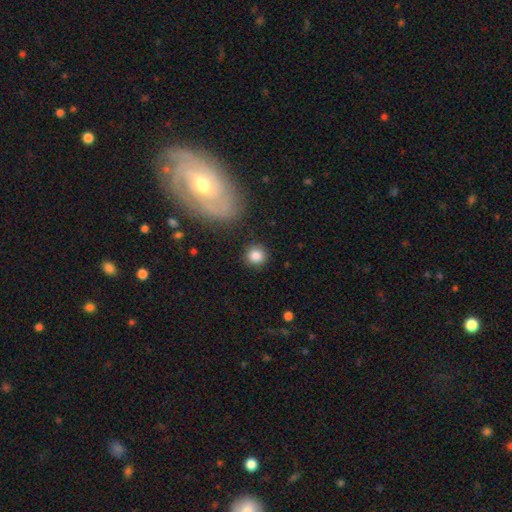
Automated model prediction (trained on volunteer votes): A smooth galaxy with no disk features (85%) that is round (92%). Merging: none (89%).